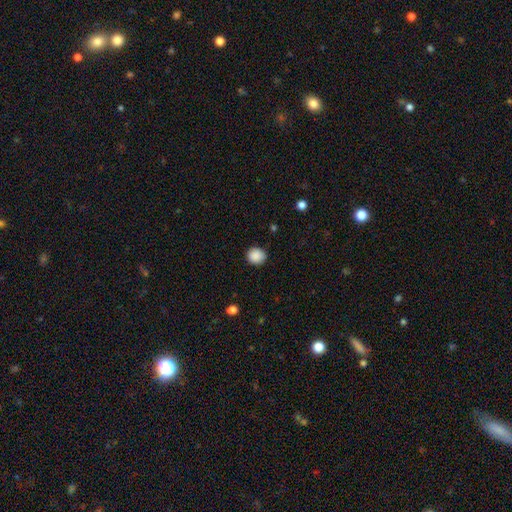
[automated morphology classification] This is clearly a smooth galaxy (89%). How rounded: clearly round (84%). Merging: clearly none (89%).